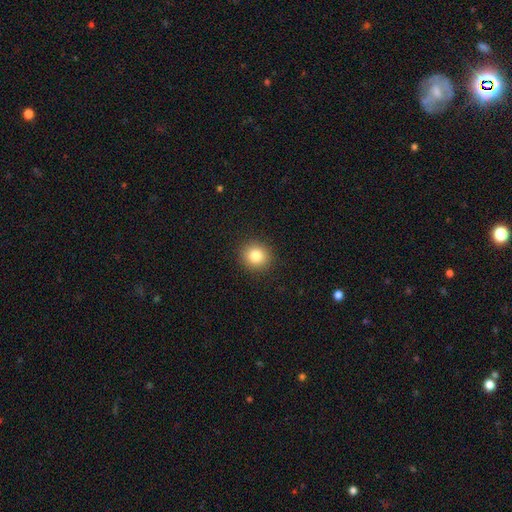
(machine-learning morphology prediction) smooth_or_featured: smooth (p=0.83) [alt: star or artifact p=0.11]
how_rounded: round (p=0.87) [alt: in between p=0.12]
merging: none (p=0.92) [alt: minor disturbance p=0.05]